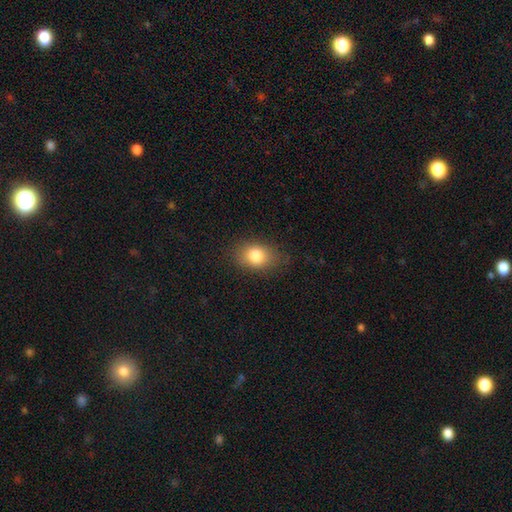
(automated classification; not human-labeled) Q: Smooth or featured?
A: smooth (81%); runner-up: star or artifact (10%)
Q: How rounded?
A: in between (70%); runner-up: round (29%)
Q: Merging?
A: none (81%); runner-up: minor disturbance (14%)